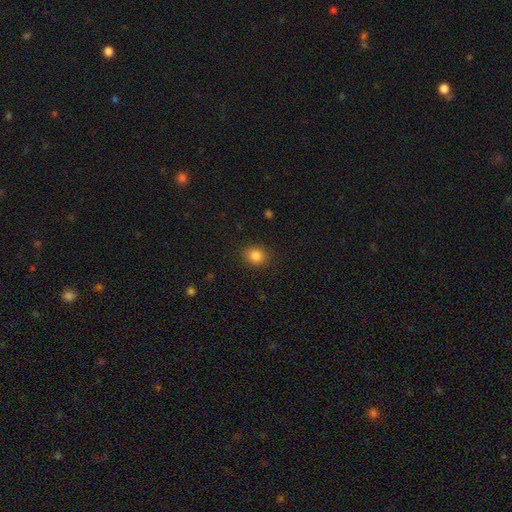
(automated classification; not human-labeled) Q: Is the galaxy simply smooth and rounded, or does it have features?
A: smooth — 84%.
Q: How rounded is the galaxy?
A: round — 70%.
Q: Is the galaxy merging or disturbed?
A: none — 88%.